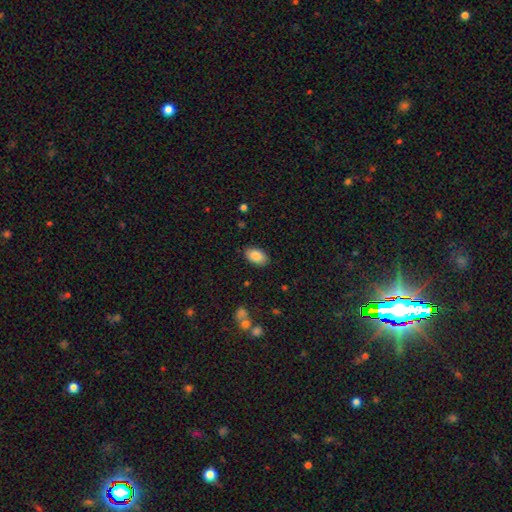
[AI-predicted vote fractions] Q: Smooth or featured?
A: smooth (85%); runner-up: featured or disk (7%)
Q: How rounded?
A: in between (92%); runner-up: round (6%)
Q: Merging?
A: none (87%); runner-up: minor disturbance (10%)